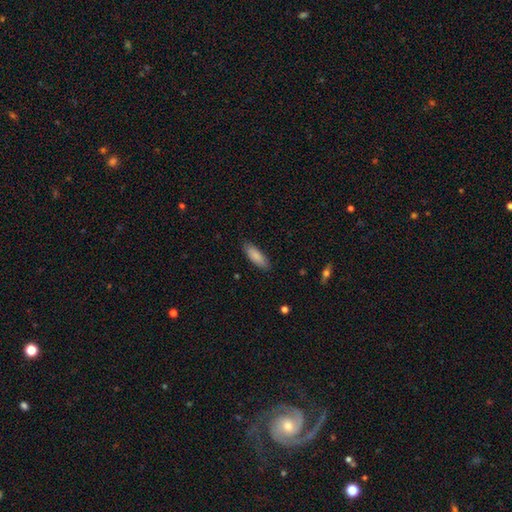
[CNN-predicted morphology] smooth-or-featured: smooth: 86% | featured or disk: 8% | star or artifact: 6%
  how-rounded: in between: 63% | cigar-shaped: 35% | round: 1%
  merging: none: 87% | minor disturbance: 10% | major disturbance: 2% | merger: 1%